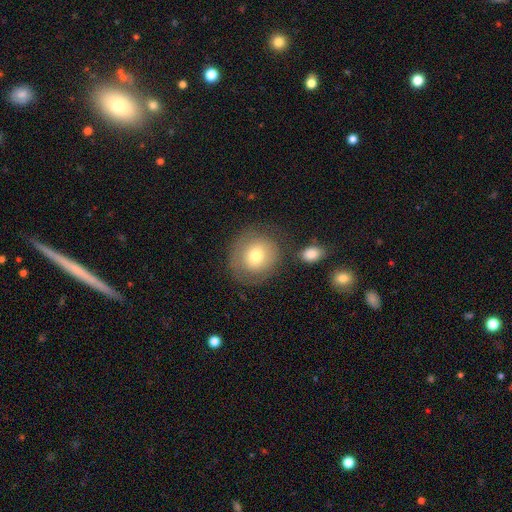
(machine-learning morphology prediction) Smooth or featured?
  - smooth: 69% *
  - featured or disk: 22%
  - star or artifact: 9%
How rounded?
  - round: 85% *
  - in between: 14%
  - cigar-shaped: 1%
Merging?
  - none: 70% *
  - minor disturbance: 15%
  - major disturbance: 8%
  - merger: 7%